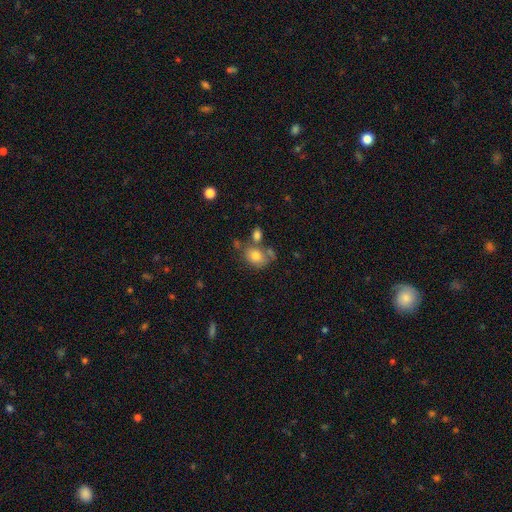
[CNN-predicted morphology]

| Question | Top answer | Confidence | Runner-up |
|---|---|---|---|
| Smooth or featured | smooth | 76% | featured or disk (14%) |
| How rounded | in between | 58% | round (40%) |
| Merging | none | 50% | merger (25%) |